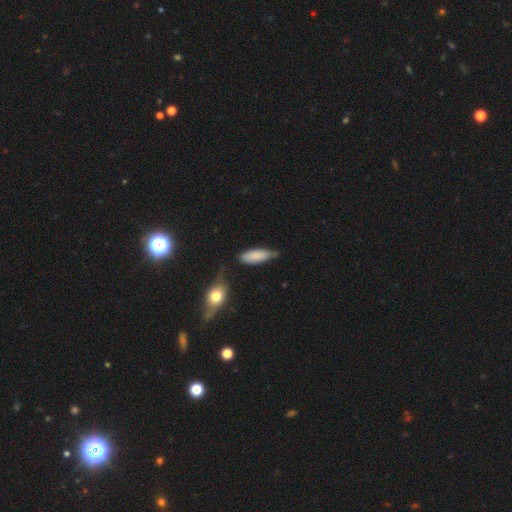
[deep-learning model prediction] Smooth or featured: smooth — 80% (featured or disk — 14%)
How rounded: in between — 70% (cigar-shaped — 28%)
Merging: none — 57% (minor disturbance — 29%)